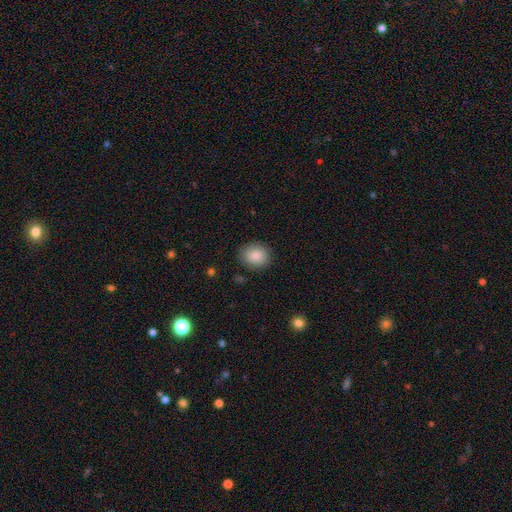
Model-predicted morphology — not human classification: Overall: smooth (87%). How rounded: round (75%). Merging: none (86%).